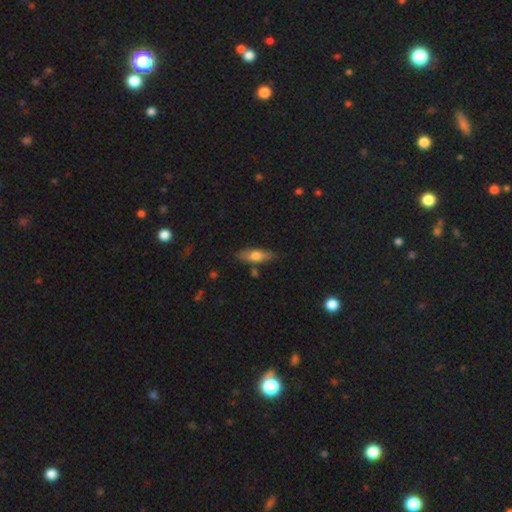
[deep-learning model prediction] This appears to be a smooth galaxy with no disk features (65%) that is in between round and cigar-shaped (61%). Merging: none (80%).